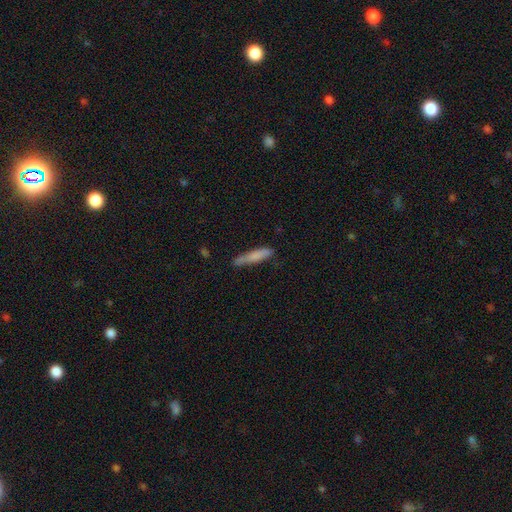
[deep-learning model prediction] The model was most divided on "merging": none: 70%, minor disturbance: 22%, major disturbance: 4%, merger: 3%. More confident: how rounded — cigar-shaped (90%); smooth or featured — smooth (75%).